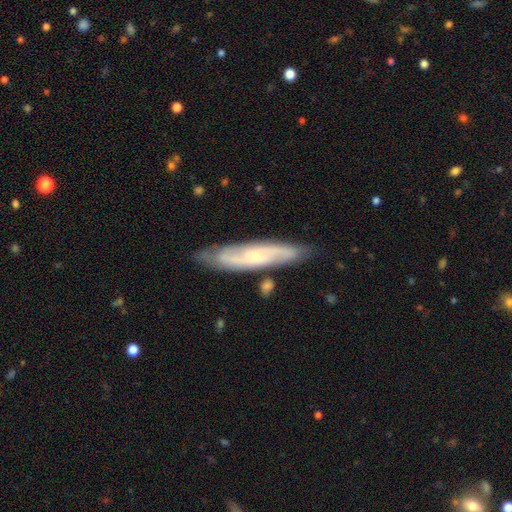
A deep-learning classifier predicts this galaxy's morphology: smooth-or-featured: featured or disk: 70% | smooth: 24% | star or artifact: 6%
  disk-edge-on: no: 68% | yes: 32%
  merging: none: 77% | minor disturbance: 15% | merger: 4% | major disturbance: 3%